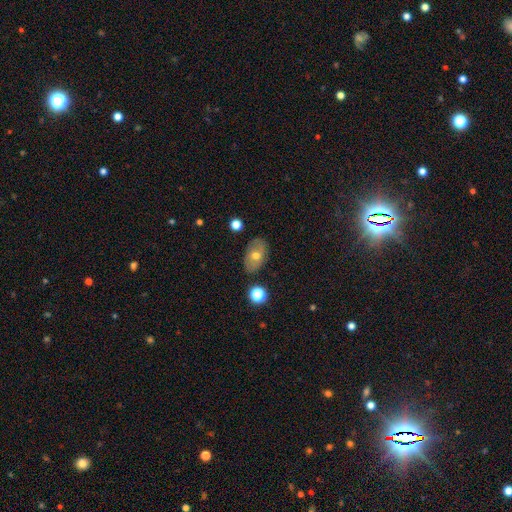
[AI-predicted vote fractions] Smooth or featured: smooth — 57% (featured or disk — 34%)
How rounded: in between — 87% (round — 11%)
Merging: none — 81% (minor disturbance — 14%)